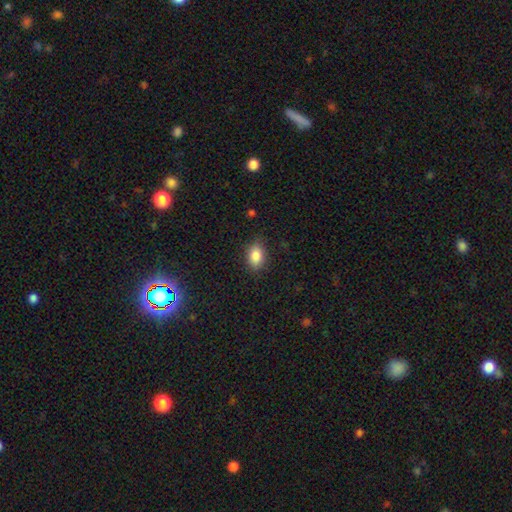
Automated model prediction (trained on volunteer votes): This appears to be a smooth galaxy with no disk features (86%) that is in between round and cigar-shaped (83%). Merging: none (84%).